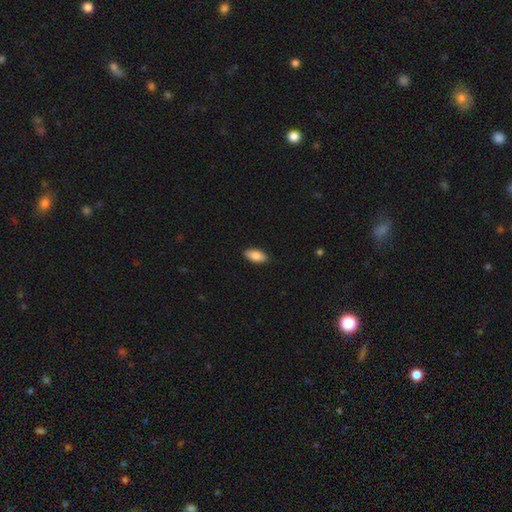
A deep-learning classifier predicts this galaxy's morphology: Smooth or featured?
  - smooth: 84% *
  - featured or disk: 10%
  - star or artifact: 6%
How rounded?
  - in between: 89% *
  - cigar-shaped: 9%
  - round: 2%
Merging?
  - none: 89% *
  - minor disturbance: 8%
  - major disturbance: 2%
  - merger: 1%